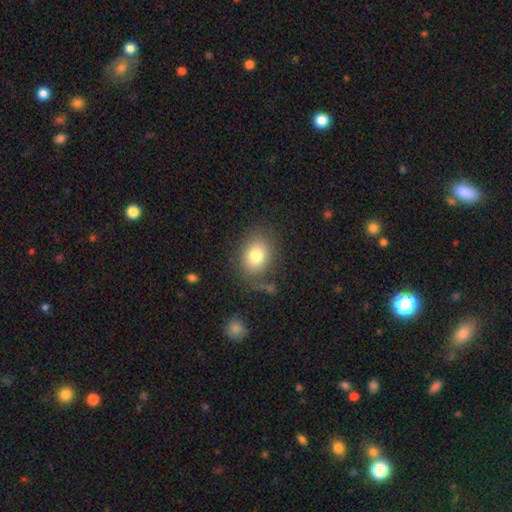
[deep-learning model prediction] Smooth or featured: smooth — 79% (featured or disk — 11%)
How rounded: in between — 52% (round — 47%)
Merging: none — 75% (minor disturbance — 16%)